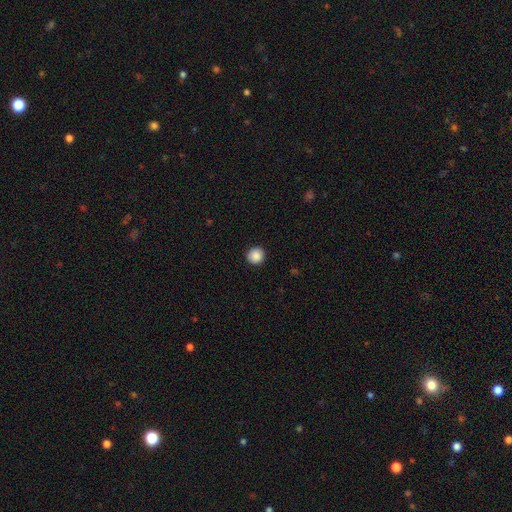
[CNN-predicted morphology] smooth 89%, star or artifact 9%, featured or disk 3%. Down the decision tree: how rounded — round (95%); merging — none (92%).